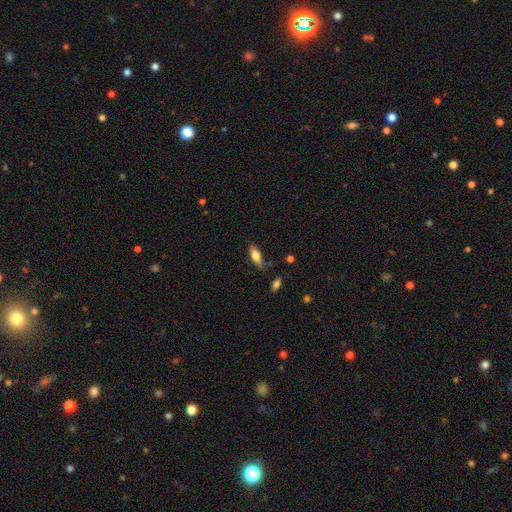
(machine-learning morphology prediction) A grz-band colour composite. It shows a smooth galaxy with no disk features (68%) that is in between round and cigar-shaped (74%). Merging: none (73%).